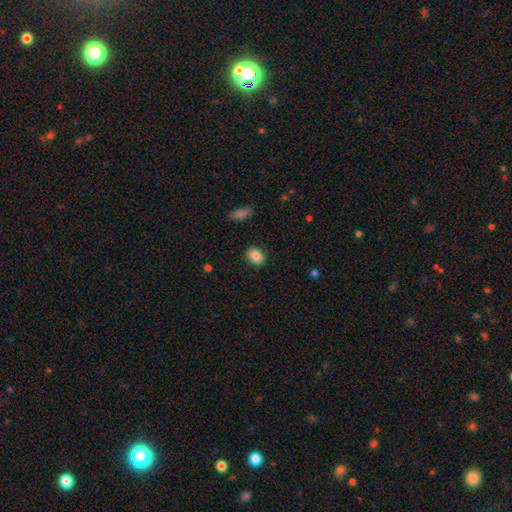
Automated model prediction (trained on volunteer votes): smooth-or-featured: smooth: 85% | star or artifact: 9% | featured or disk: 6%
  how-rounded: in between: 66% | round: 32% | cigar-shaped: 1%
  merging: none: 86% | minor disturbance: 10% | major disturbance: 3% | merger: 1%